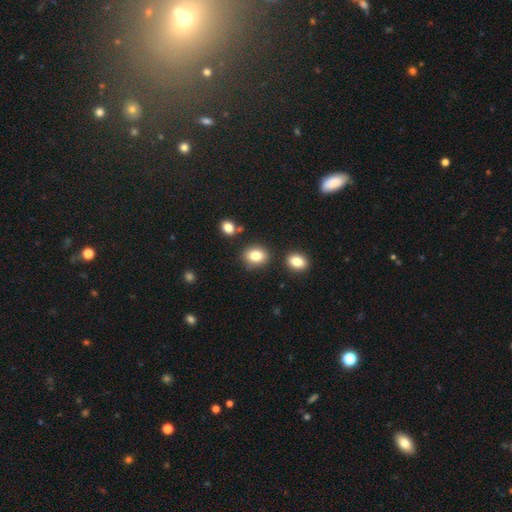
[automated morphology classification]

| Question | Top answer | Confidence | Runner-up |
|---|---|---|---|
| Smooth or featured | smooth | 83% | star or artifact (9%) |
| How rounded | in between | 56% | round (43%) |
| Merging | none | 79% | minor disturbance (11%) |